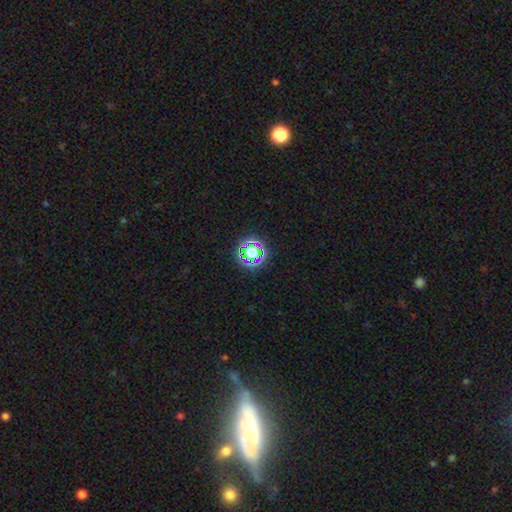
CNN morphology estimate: Smooth or featured: star or artifact — 56% (smooth — 32%)